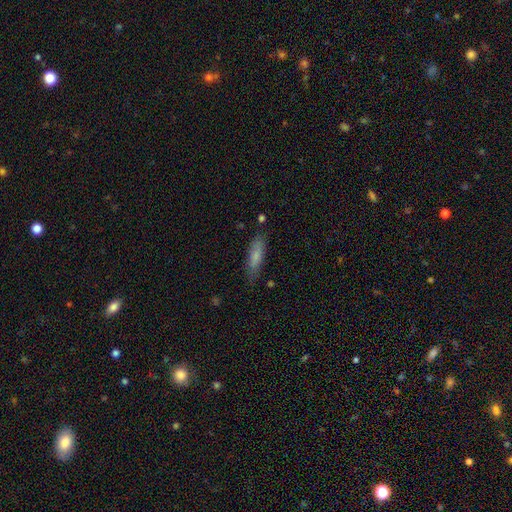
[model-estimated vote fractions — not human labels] Smooth or featured?
  - smooth: 77% *
  - featured or disk: 16%
  - star or artifact: 7%
How rounded?
  - cigar-shaped: 62% *
  - in between: 36%
  - round: 2%
Merging?
  - none: 74% *
  - minor disturbance: 19%
  - major disturbance: 5%
  - merger: 3%